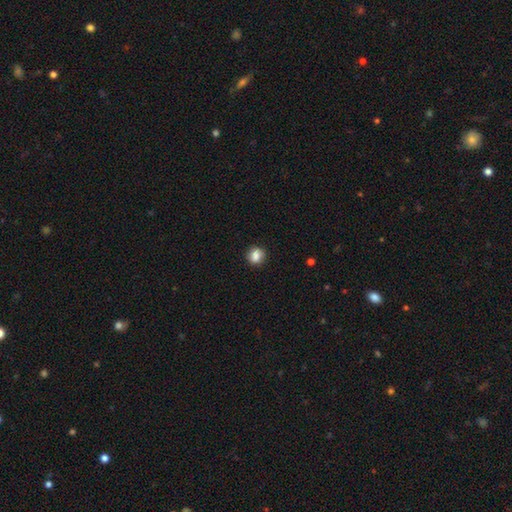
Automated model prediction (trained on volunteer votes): The model was most divided on "how rounded": round: 77%, in between: 22%, cigar-shaped: 1%. More confident: merging — none (84%); smooth or featured — smooth (84%).